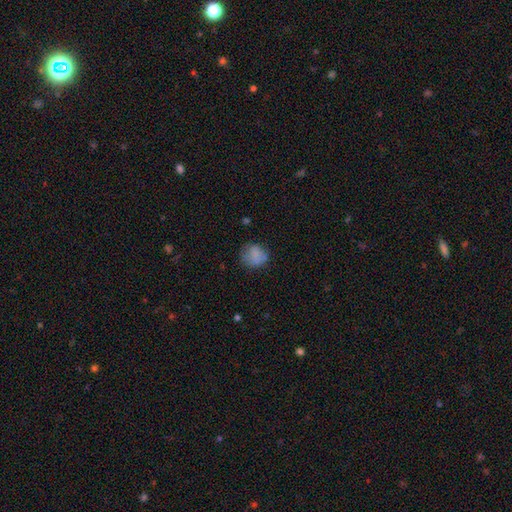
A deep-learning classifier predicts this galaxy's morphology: This appears to be a smooth galaxy with no disk features (79%) that is round (75%). Merging: none (65%).